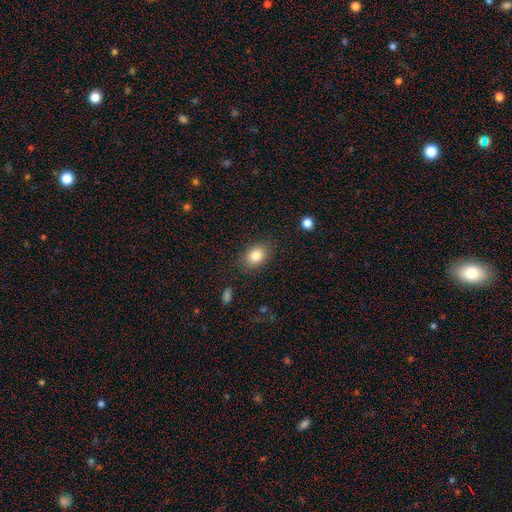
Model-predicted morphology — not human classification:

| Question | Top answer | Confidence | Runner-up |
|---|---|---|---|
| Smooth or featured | smooth | 84% | star or artifact (9%) |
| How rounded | in between | 72% | round (27%) |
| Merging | none | 83% | minor disturbance (12%) |